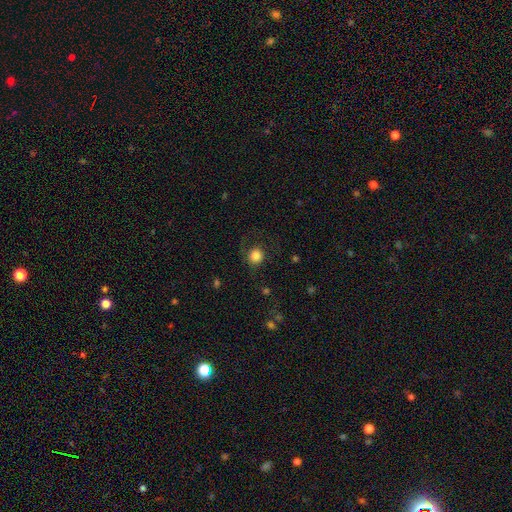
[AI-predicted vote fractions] smooth 82%, star or artifact 10%, featured or disk 8%. Down the decision tree: how rounded — round (91%); merging — none (74%).